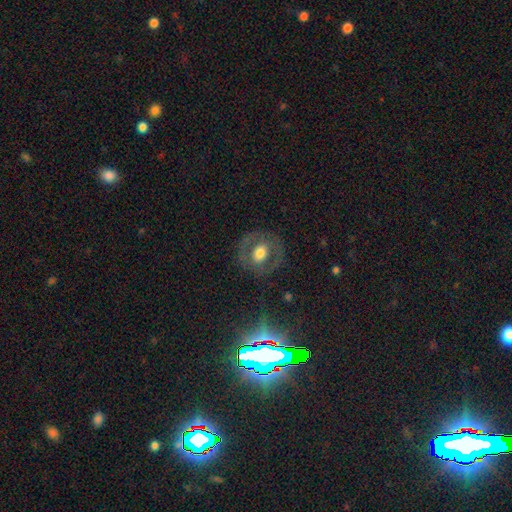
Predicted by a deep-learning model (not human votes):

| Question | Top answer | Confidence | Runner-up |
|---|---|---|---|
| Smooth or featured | star or artifact | 45% | featured or disk (32%) |